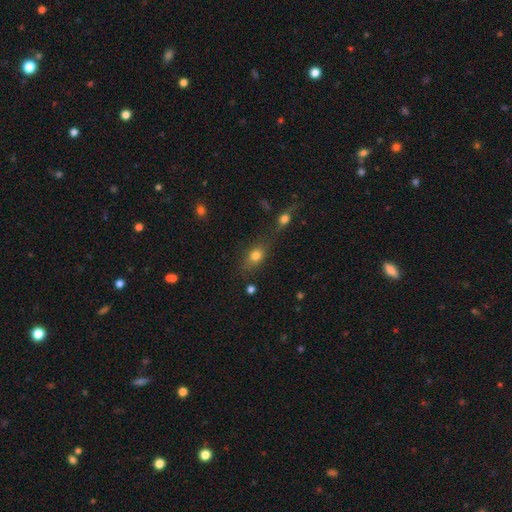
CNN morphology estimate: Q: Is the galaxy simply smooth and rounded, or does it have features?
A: smooth — 75%.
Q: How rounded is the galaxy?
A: in between — 64%.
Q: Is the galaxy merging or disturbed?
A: none — 54%.